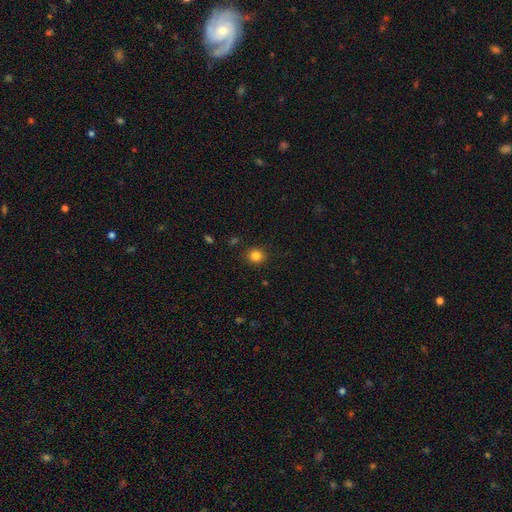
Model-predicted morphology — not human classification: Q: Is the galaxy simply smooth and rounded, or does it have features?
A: smooth — 83%.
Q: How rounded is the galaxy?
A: round — 86%.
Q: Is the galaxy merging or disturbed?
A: none — 89%.